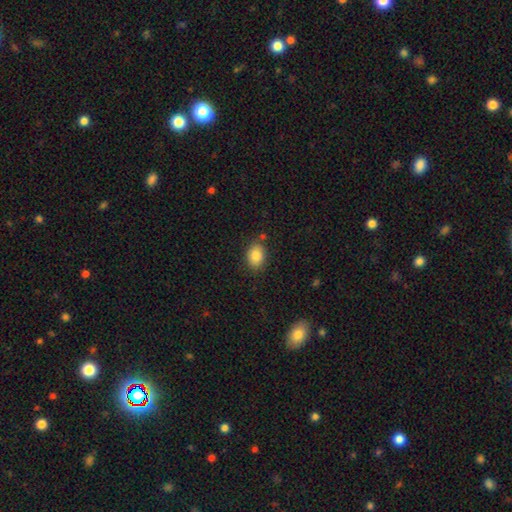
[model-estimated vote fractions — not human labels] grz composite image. It shows a smooth galaxy with no disk features (86%) that is in between round and cigar-shaped (75%). Merging: none (80%).